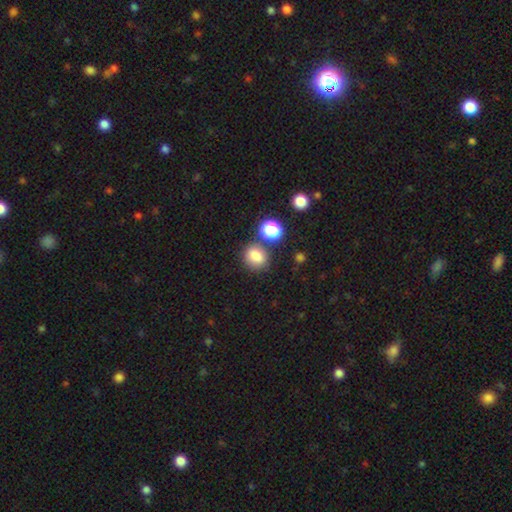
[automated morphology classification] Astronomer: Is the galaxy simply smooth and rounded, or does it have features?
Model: smooth — 81%.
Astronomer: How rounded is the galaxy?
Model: round — 65%.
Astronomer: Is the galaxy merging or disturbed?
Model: none — 72%.